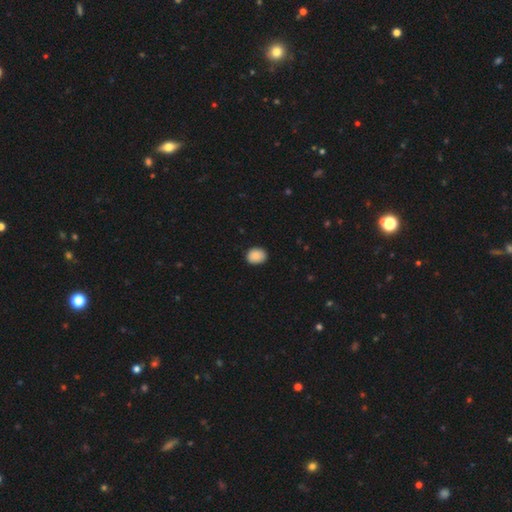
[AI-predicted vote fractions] Q: Smooth or featured?
A: smooth (89%); runner-up: star or artifact (8%)
Q: How rounded?
A: in between (52%); runner-up: round (47%)
Q: Merging?
A: none (88%); runner-up: minor disturbance (10%)